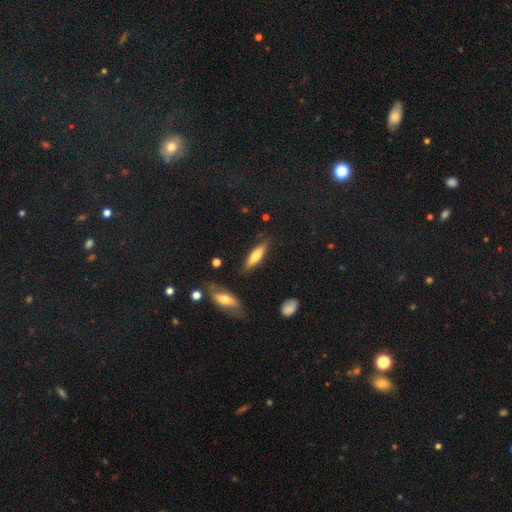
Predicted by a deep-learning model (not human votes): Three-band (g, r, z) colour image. It shows a smooth galaxy with no disk features (66%) that is cigar-shaped (71%). Merging: none (80%).